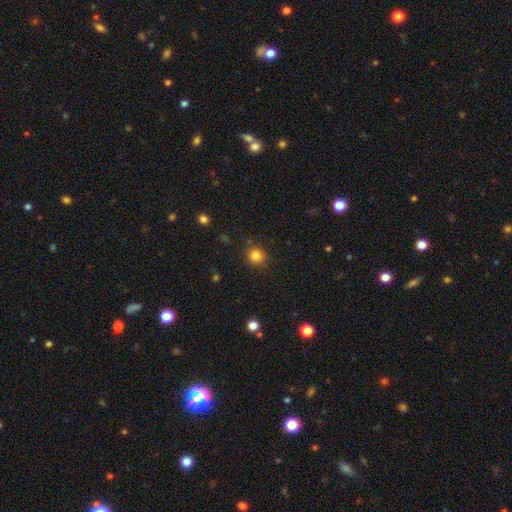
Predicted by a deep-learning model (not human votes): A smooth galaxy with no disk features (83%) that is round (86%).

Vote fractions:
- Smooth or featured? smooth: 83% / star or artifact: 12% / featured or disk: 5%
- How rounded? round: 86% / in between: 13% / cigar-shaped: 1%
- Merging? none: 84% / minor disturbance: 12% / major disturbance: 3% / merger: 2%